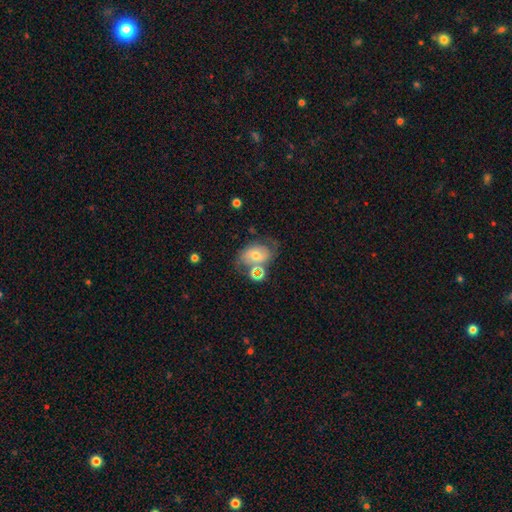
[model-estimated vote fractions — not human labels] Overall: featured or disk (54%; smooth 36%). Edge-on disk: no (96%). Bar: no (57%; weak 33%). Spiral arms: yes (72%). Bulge size: moderate (59%; small 33%). Merging: none (46%; minor disturbance 21%).